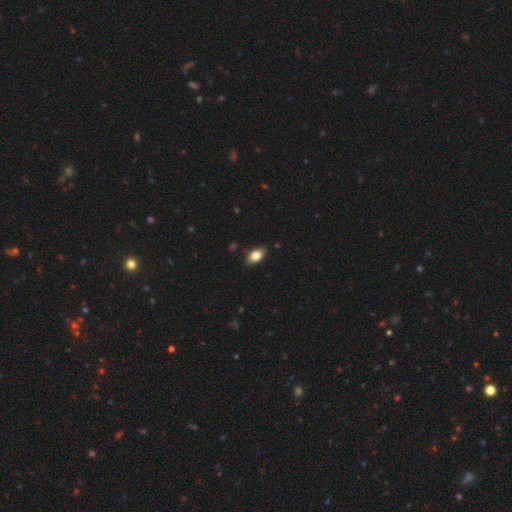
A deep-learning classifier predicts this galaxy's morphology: smooth 82%, featured or disk 10%, star or artifact 8%. Down the decision tree: how rounded — in between (90%); merging — none (87%).